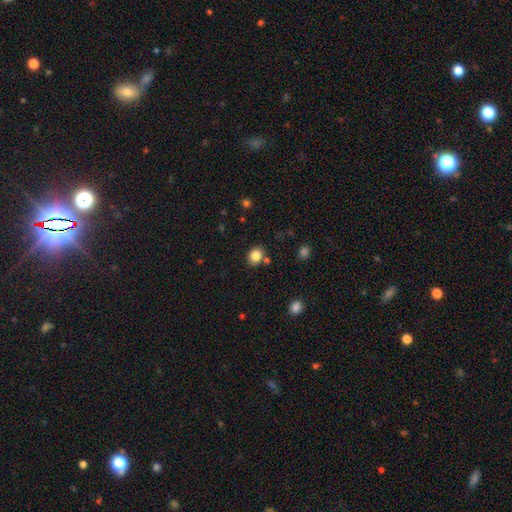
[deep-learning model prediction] smooth_or_featured: smooth (p=0.84) [alt: star or artifact p=0.10]
how_rounded: round (p=0.54) [alt: in between p=0.45]
merging: none (p=0.79) [alt: minor disturbance p=0.11]